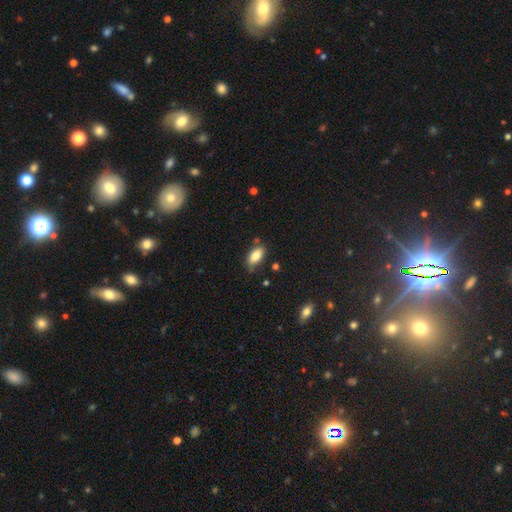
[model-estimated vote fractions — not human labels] The model was most divided on "merging": none: 68%, minor disturbance: 23%, major disturbance: 5%, merger: 4%. More confident: how rounded — in between (90%); smooth or featured — smooth (83%).